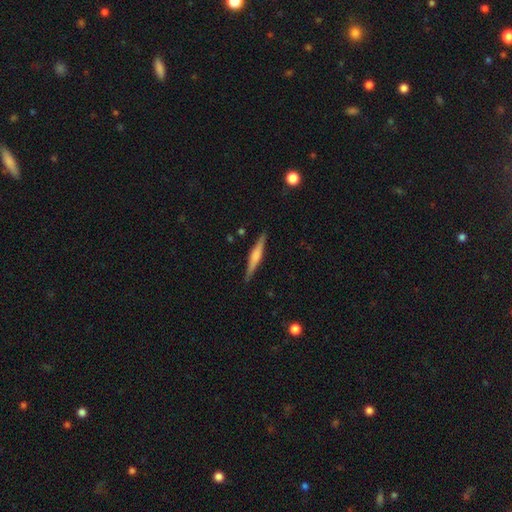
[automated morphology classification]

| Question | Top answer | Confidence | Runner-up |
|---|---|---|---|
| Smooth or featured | featured or disk | 55% | smooth (39%) |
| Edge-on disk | yes | 98% | no (2%) |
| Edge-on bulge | rounded | 59% | boxy (23%) |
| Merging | none | 90% | minor disturbance (7%) |